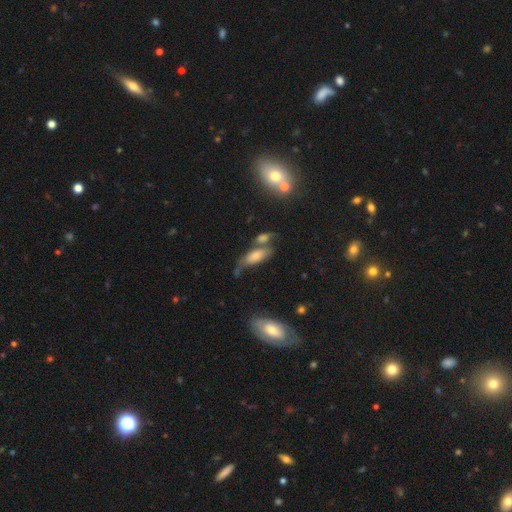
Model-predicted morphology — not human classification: This is likely a smooth galaxy (62%). How rounded: likely in between (79%). Merging: marginally none (36%).